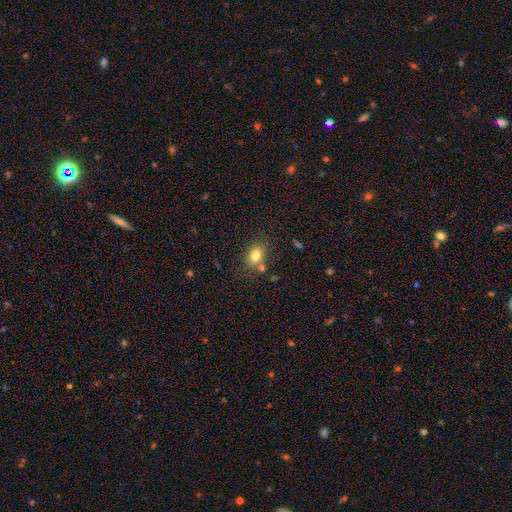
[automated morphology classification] This appears to be a smooth galaxy with no disk features (80%) that is in between round and cigar-shaped (61%). Merging: none (74%).